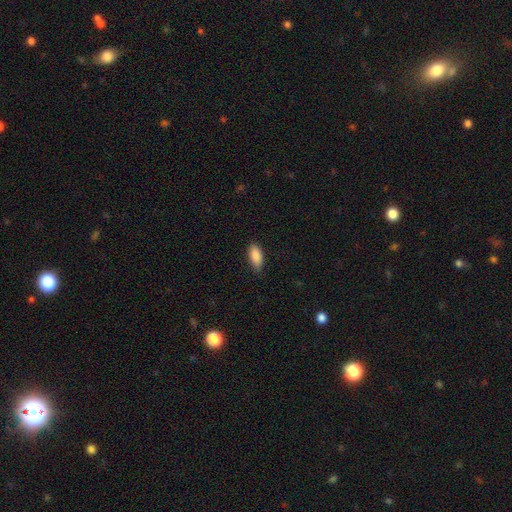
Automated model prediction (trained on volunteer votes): Overall: smooth (89%). How rounded: in between (88%). Merging: none (79%).